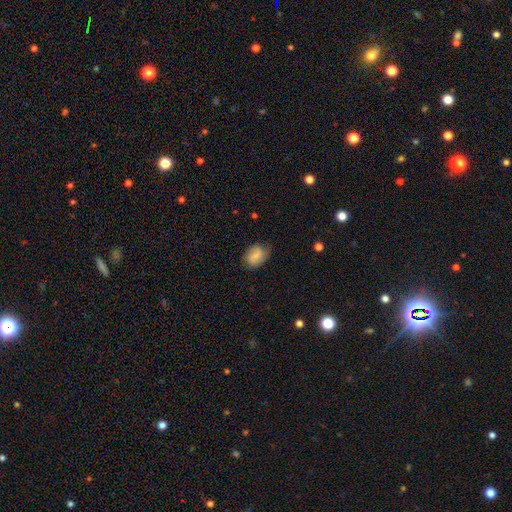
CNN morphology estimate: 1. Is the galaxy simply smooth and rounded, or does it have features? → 71% smooth, 21% featured or disk, 8% star or artifact.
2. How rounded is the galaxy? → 61% in between, 38% round, 1% cigar-shaped.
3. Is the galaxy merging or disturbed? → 68% none, 25% minor disturbance, 6% major disturbance, 1% merger.